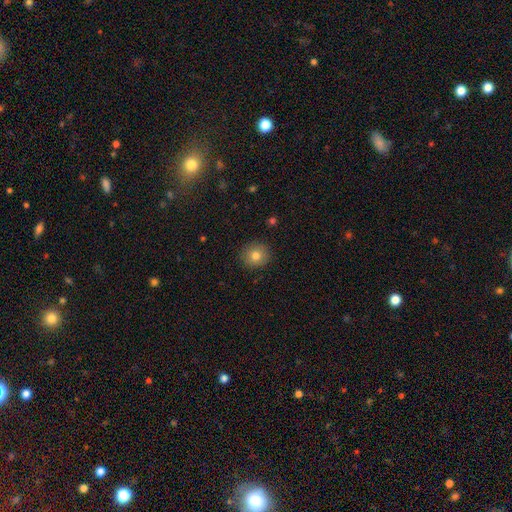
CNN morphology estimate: smooth-or-featured: smooth: 80% | star or artifact: 11% | featured or disk: 10%
  how-rounded: round: 89% | in between: 10% | cigar-shaped: 1%
  merging: none: 90% | minor disturbance: 7% | major disturbance: 2% | merger: 1%